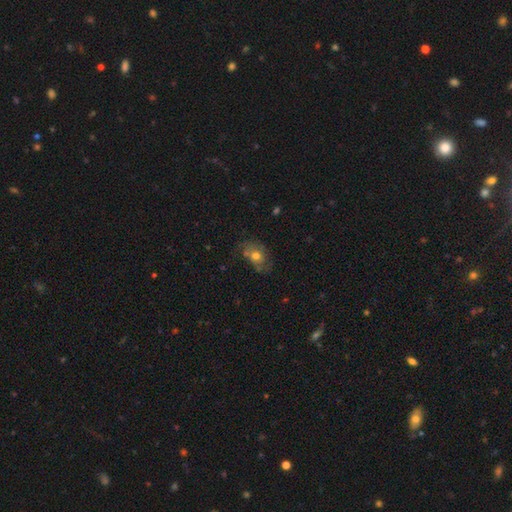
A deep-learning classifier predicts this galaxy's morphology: Overall: smooth (55%; featured or disk 35%). How rounded: in between (72%). Merging: none (53%; minor disturbance 26%).